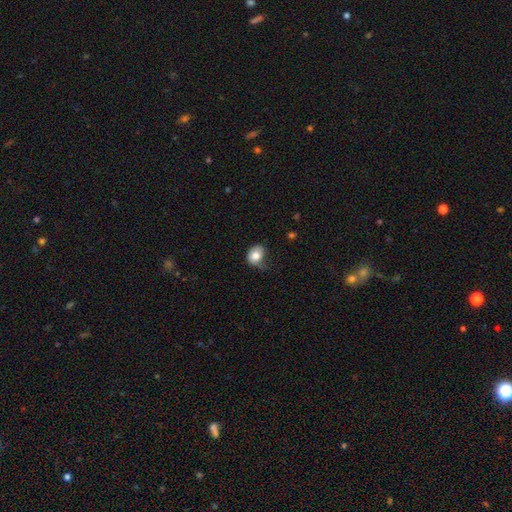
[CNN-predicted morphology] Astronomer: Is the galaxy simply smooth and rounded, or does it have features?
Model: smooth — 77%.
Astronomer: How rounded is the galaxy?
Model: in between — 52% (runner-up: round, 47%).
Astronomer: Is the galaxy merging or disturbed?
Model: minor disturbance — 39% (runner-up: none, 35%).